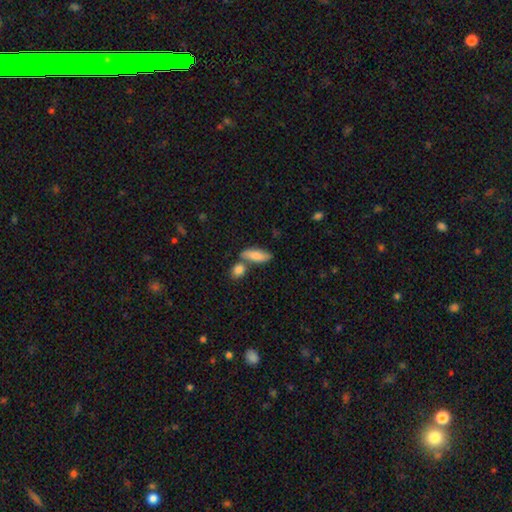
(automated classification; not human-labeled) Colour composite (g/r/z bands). It shows a smooth galaxy with no disk features (78%) that is in between round and cigar-shaped (69%). Merging: none (53%).